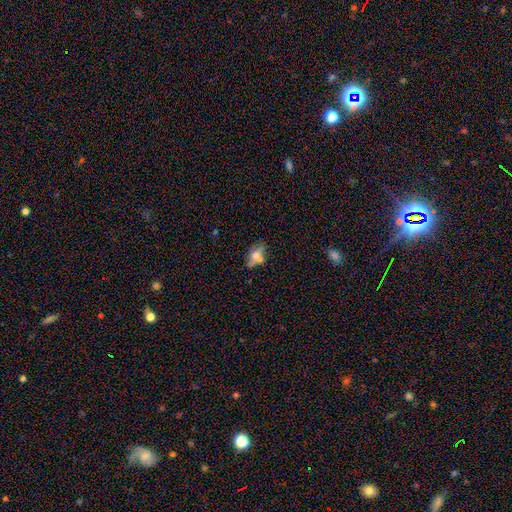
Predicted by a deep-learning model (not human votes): Smooth or featured? Predicted: smooth (p=0.53). How rounded? Predicted: in between (p=0.76). Merging? Predicted: none (p=0.59).